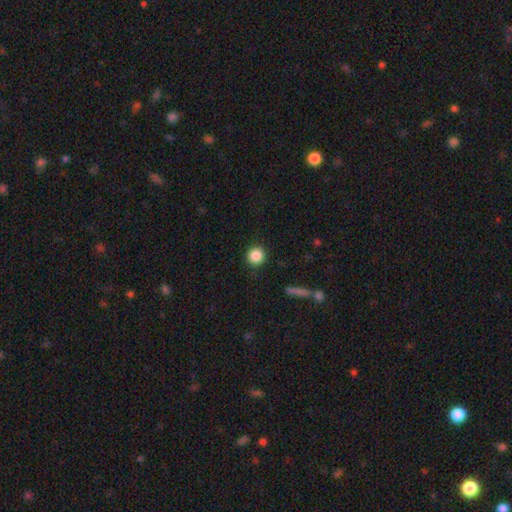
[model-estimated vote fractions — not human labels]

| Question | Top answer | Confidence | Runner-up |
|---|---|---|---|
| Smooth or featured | smooth | 87% | star or artifact (9%) |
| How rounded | round | 93% | in between (6%) |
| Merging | none | 90% | minor disturbance (7%) |